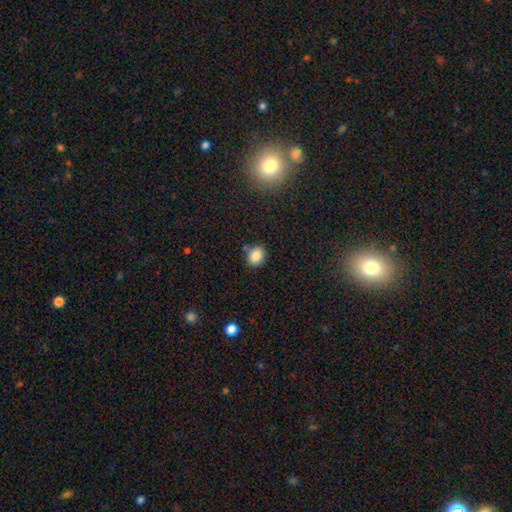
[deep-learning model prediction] This appears to be a smooth galaxy with no disk features (84%) that is round (70%). Merging: none (78%).